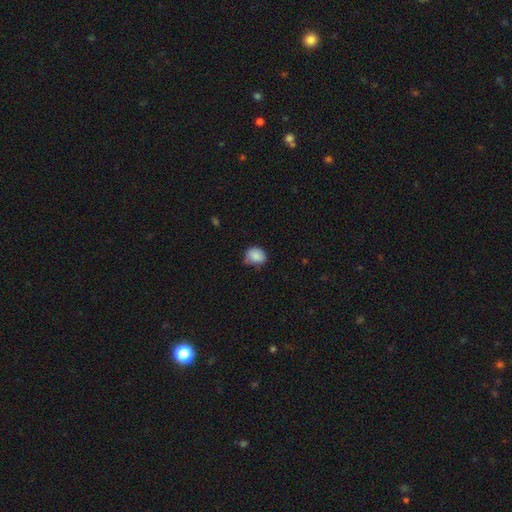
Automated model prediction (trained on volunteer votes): A smooth galaxy with no disk features (86%) that is round (56%).

Vote fractions:
- Smooth or featured? smooth: 86% / star or artifact: 8% / featured or disk: 6%
- How rounded? round: 56% / in between: 43% / cigar-shaped: 1%
- Merging? none: 58% / minor disturbance: 34% / major disturbance: 6% / merger: 2%